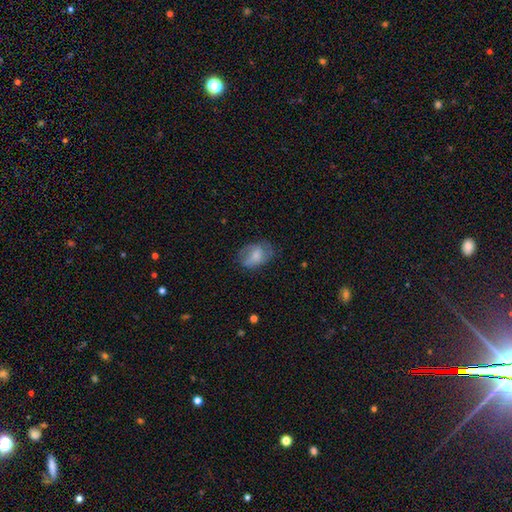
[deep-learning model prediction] smooth 68%, featured or disk 24%, star or artifact 8%. Down the decision tree: how rounded — in between (77%); merging — none (56%).